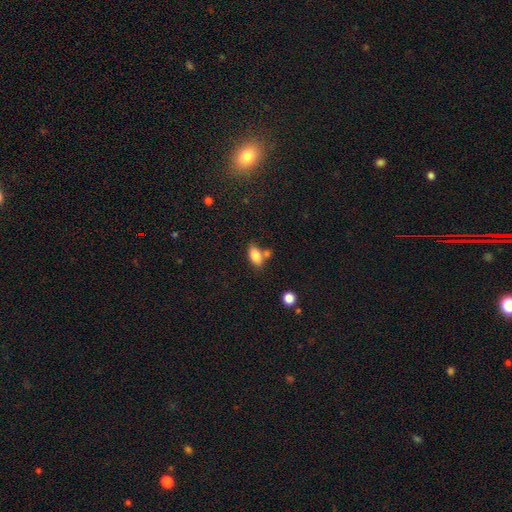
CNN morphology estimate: Overall: smooth (81%). How rounded: in between (88%). Merging: none (59%; merger 21%).